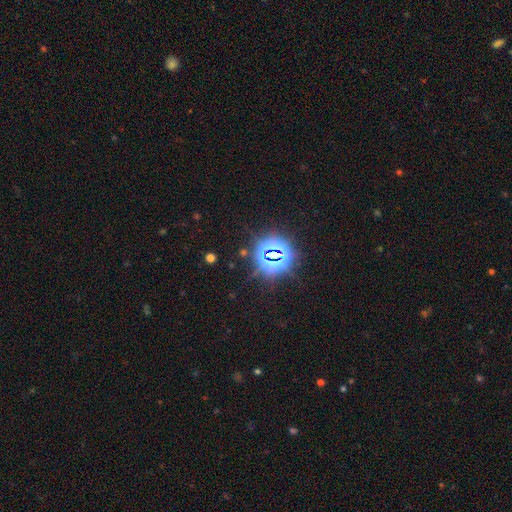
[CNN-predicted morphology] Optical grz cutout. It shows a star or artifact, not a galaxy (81%).